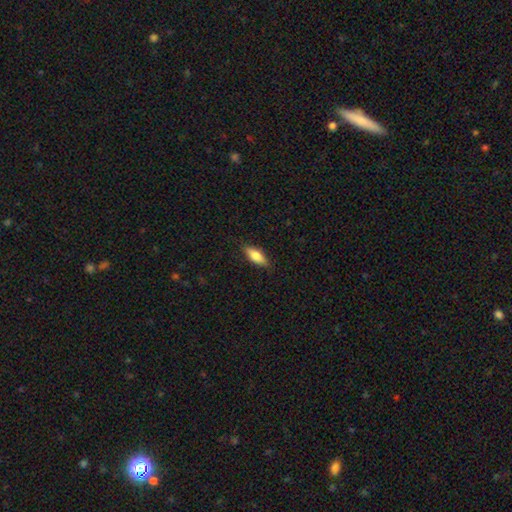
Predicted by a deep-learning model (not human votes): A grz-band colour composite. It shows a smooth galaxy with no disk features (78%) that is in between round and cigar-shaped (70%). Merging: none (84%).